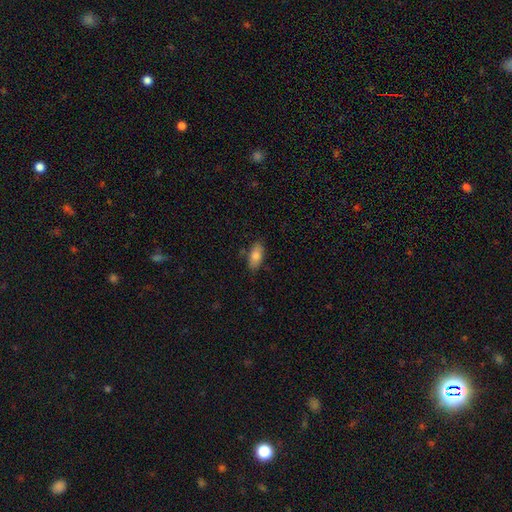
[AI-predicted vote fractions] This appears to be a smooth galaxy with no disk features (79%) that is in between round and cigar-shaped (88%). Merging: none (80%).